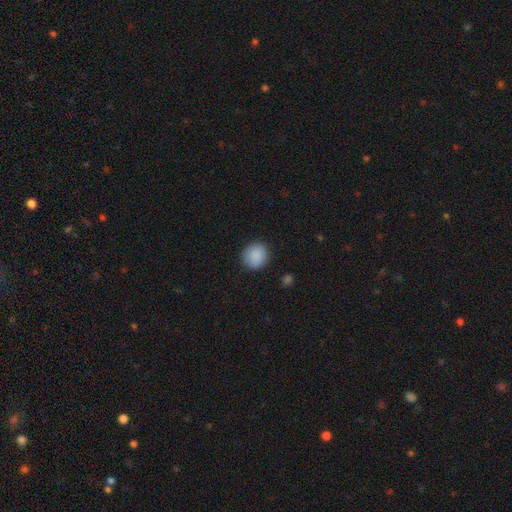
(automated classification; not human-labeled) Smooth or featured?
  - smooth: 89% *
  - star or artifact: 7%
  - featured or disk: 3%
How rounded?
  - round: 87% *
  - in between: 12%
  - cigar-shaped: 1%
Merging?
  - none: 89% *
  - minor disturbance: 8%
  - major disturbance: 2%
  - merger: 1%